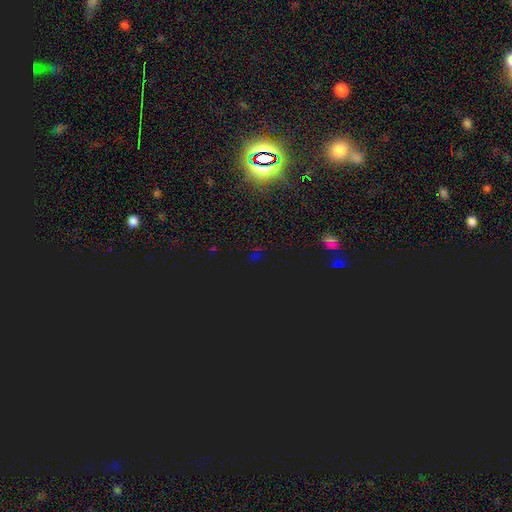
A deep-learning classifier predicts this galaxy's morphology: Smooth or featured: star or artifact — 77% (smooth — 17%)